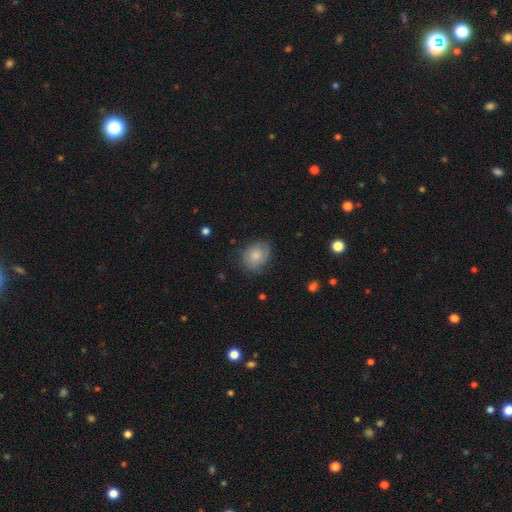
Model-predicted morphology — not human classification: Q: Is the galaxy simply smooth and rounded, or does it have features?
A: smooth — 76%.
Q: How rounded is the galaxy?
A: round — 51%.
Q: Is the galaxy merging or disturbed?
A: none — 72%.